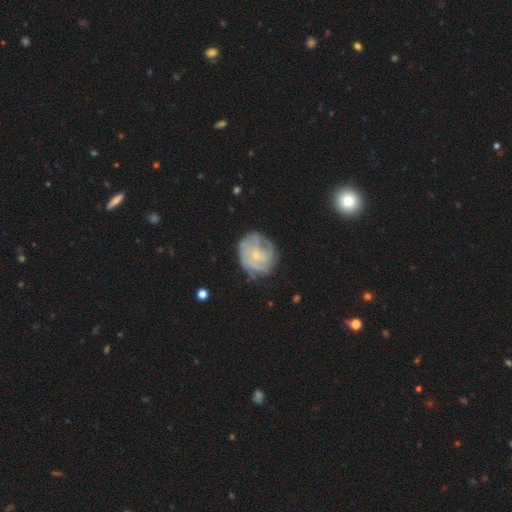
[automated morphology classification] Overall: featured or disk (70%). Edge-on disk: no (98%). Bar: no (78%). Spiral arms: yes (80%). Spiral arm count: can't tell (50%; 3 14%). Spiral winding: tight (62%; medium 27%). Bulge size: small (77%). Merging: none (66%).